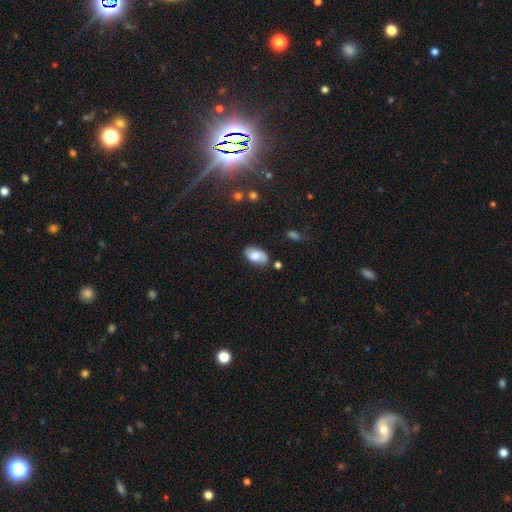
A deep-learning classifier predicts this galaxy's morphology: The model was most divided on "smooth or featured": smooth: 66%, featured or disk: 27%, star or artifact: 8%. More confident: how rounded — in between (93%); merging — none (70%).